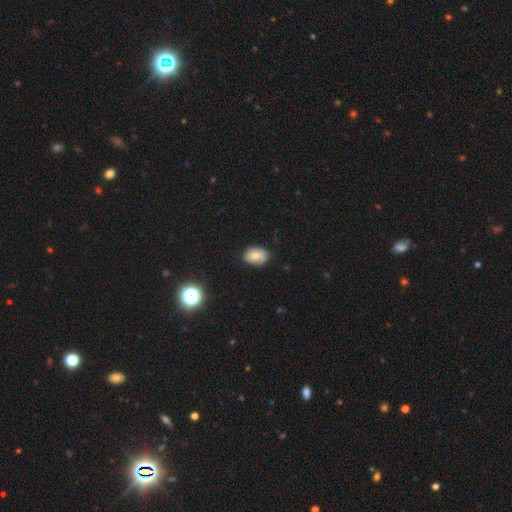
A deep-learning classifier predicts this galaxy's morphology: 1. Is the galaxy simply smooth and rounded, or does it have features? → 62% smooth, 27% featured or disk, 11% star or artifact.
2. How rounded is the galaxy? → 78% in between, 21% round, 1% cigar-shaped.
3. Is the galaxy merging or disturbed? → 67% none, 26% minor disturbance, 5% major disturbance, 2% merger.